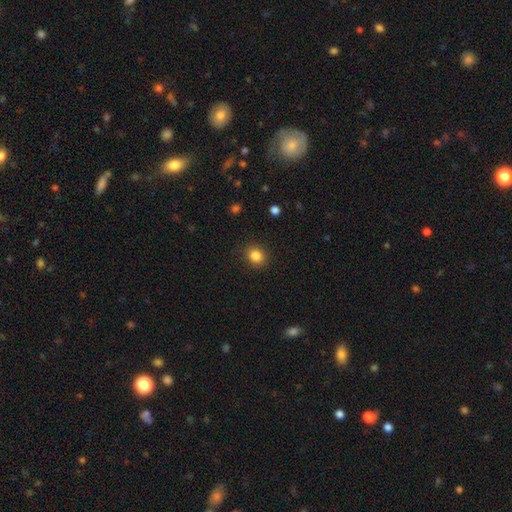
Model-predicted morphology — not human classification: Smooth or featured? Predicted: smooth (p=0.85). How rounded? Predicted: round (p=0.69). Merging? Predicted: none (p=0.88).